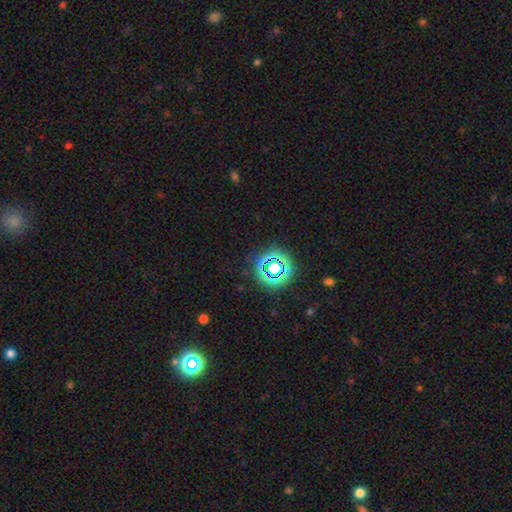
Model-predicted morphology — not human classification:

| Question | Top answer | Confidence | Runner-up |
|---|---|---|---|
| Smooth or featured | star or artifact | 68% | smooth (26%) |